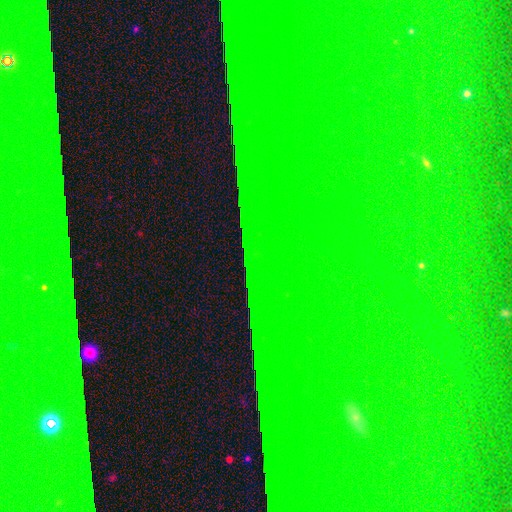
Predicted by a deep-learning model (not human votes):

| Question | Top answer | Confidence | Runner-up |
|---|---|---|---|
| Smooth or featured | star or artifact | 86% | featured or disk (8%) |